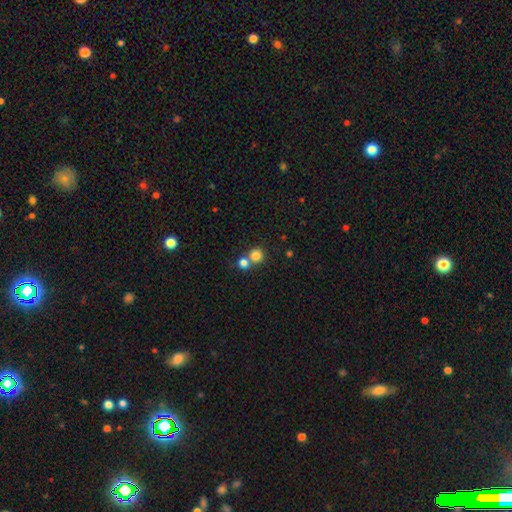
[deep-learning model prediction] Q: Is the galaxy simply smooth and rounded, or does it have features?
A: smooth — 80%.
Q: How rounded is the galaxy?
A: round — 91%.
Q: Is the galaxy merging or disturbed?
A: none — 53%.